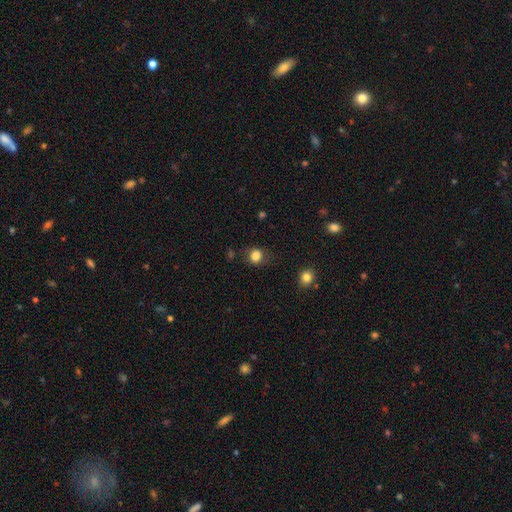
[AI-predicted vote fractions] Smooth or featured? Predicted: smooth (p=0.83). How rounded? Predicted: round (p=0.72). Merging? Predicted: none (p=0.71).